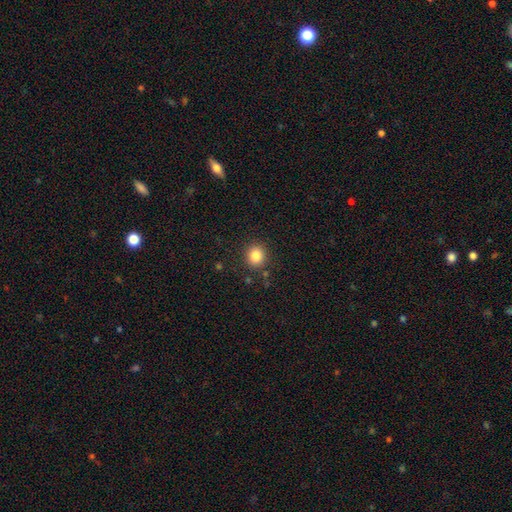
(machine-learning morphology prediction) A smooth galaxy with no disk features (83%) that is round (83%). Merging: none (88%).